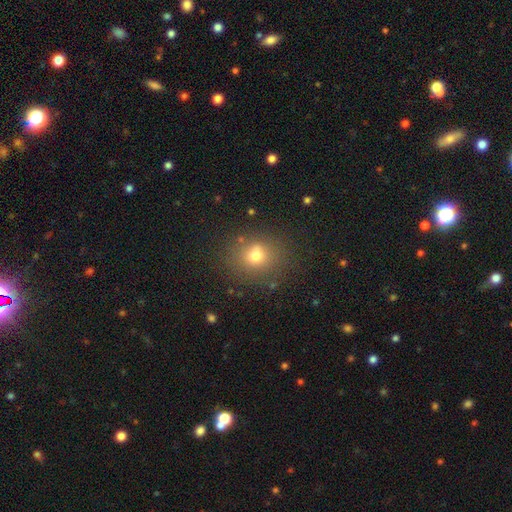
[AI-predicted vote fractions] Q: Smooth or featured?
A: smooth (71%); runner-up: star or artifact (17%)
Q: How rounded?
A: round (72%); runner-up: in between (27%)
Q: Merging?
A: none (76%); runner-up: minor disturbance (13%)